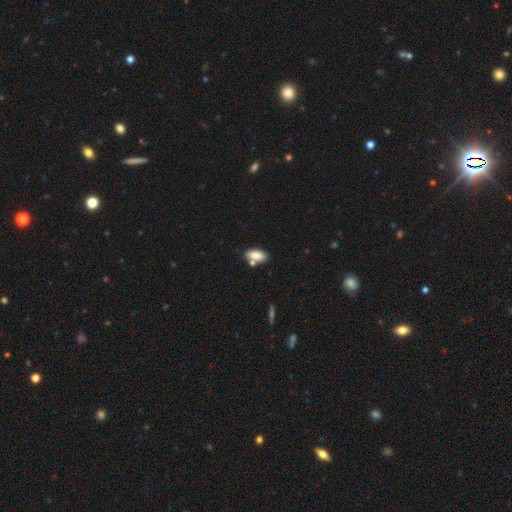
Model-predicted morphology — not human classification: Smooth or featured? Predicted: smooth (p=0.82). How rounded? Predicted: in between (p=0.90). Merging? Predicted: none (p=0.64).